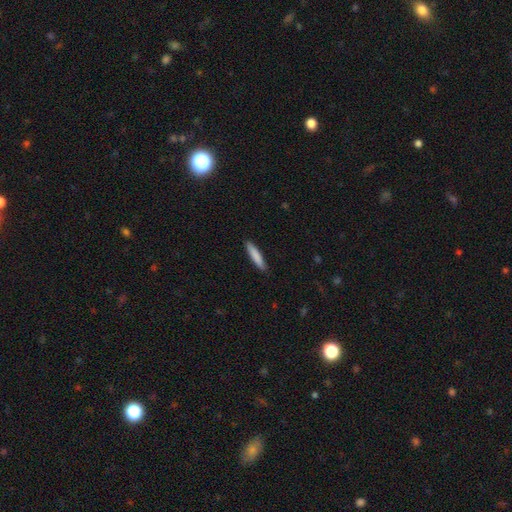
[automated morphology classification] Smooth or featured: smooth — 83% (featured or disk — 11%)
How rounded: cigar-shaped — 89% (in between — 9%)
Merging: none — 90% (minor disturbance — 7%)